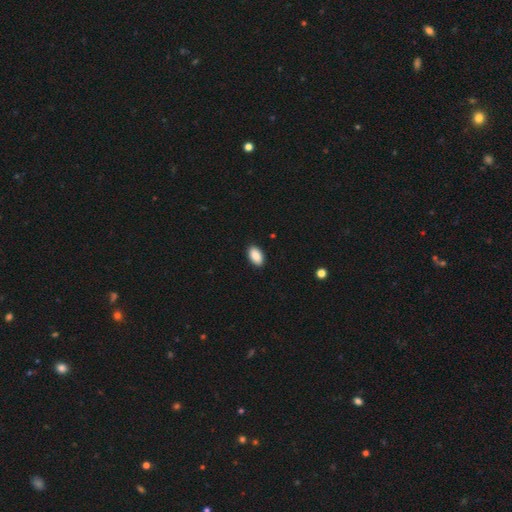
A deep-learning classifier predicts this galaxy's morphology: Smooth or featured: smooth — 90% (star or artifact — 7%)
How rounded: in between — 94% (round — 4%)
Merging: none — 90% (minor disturbance — 7%)